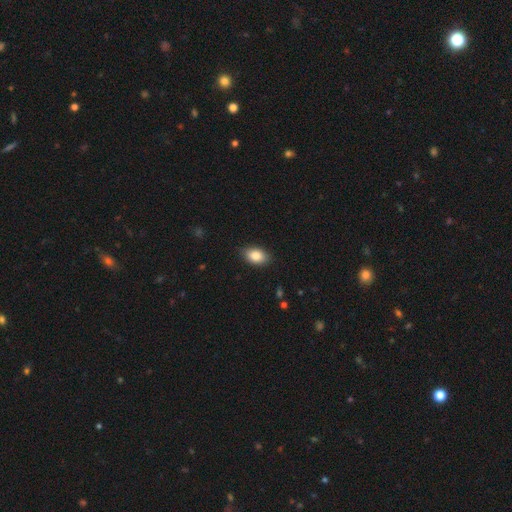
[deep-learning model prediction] Q: Smooth or featured?
A: smooth (85%); runner-up: featured or disk (8%)
Q: How rounded?
A: in between (89%); runner-up: round (9%)
Q: Merging?
A: none (86%); runner-up: minor disturbance (11%)